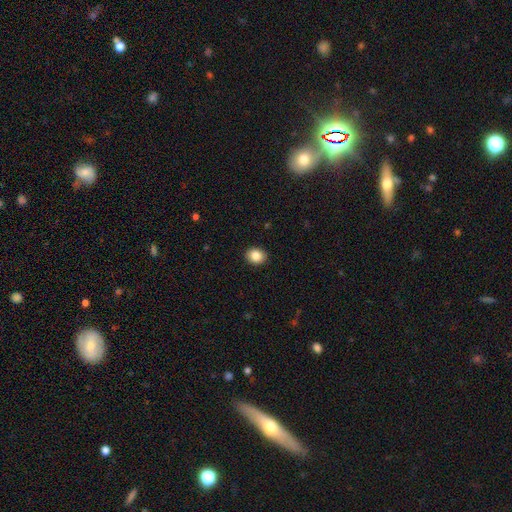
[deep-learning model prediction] This is clearly a smooth galaxy (86%). How rounded: possibly round (57%). Merging: clearly none (91%).